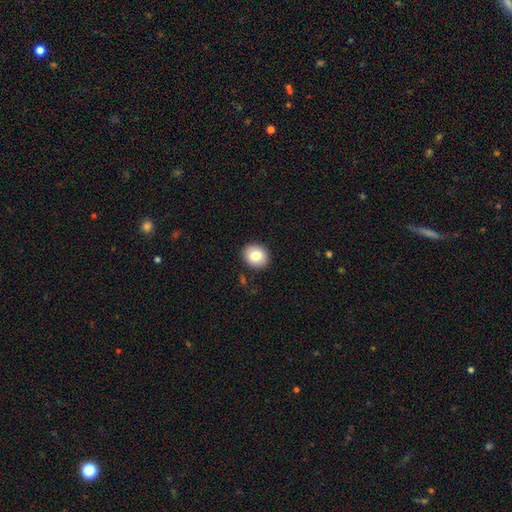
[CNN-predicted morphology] A smooth galaxy with no disk features (80%) that is round (69%).

Vote fractions:
- Smooth or featured? smooth: 80% / featured or disk: 11% / star or artifact: 9%
- How rounded? round: 69% / in between: 31% / cigar-shaped: 1%
- Merging? none: 90% / minor disturbance: 7% / major disturbance: 2% / merger: 1%